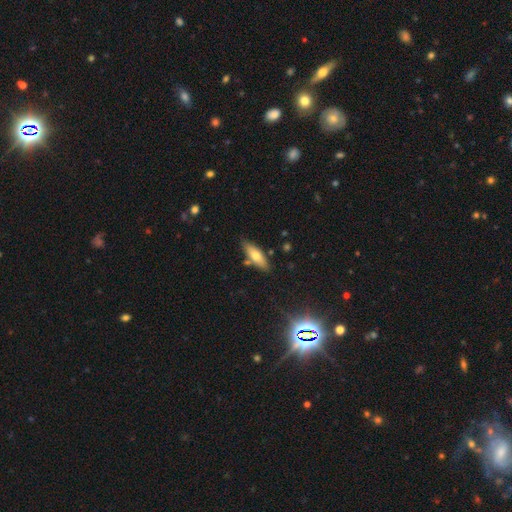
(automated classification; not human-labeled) smooth 65%, featured or disk 27%, star or artifact 8%. Down the decision tree: how rounded — in between (53%); merging — none (78%).